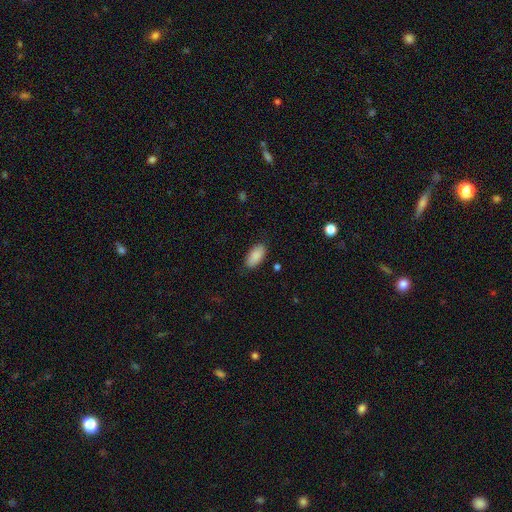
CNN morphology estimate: Q: Smooth or featured?
A: smooth (88%); runner-up: star or artifact (6%)
Q: How rounded?
A: in between (93%); runner-up: cigar-shaped (4%)
Q: Merging?
A: none (85%); runner-up: minor disturbance (11%)